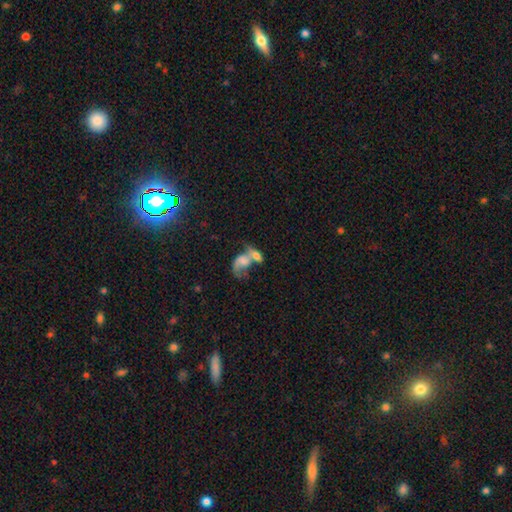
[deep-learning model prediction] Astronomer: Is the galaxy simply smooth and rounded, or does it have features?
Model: featured or disk — 47% (runner-up: smooth, 42%).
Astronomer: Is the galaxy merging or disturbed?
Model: merger — 68%.